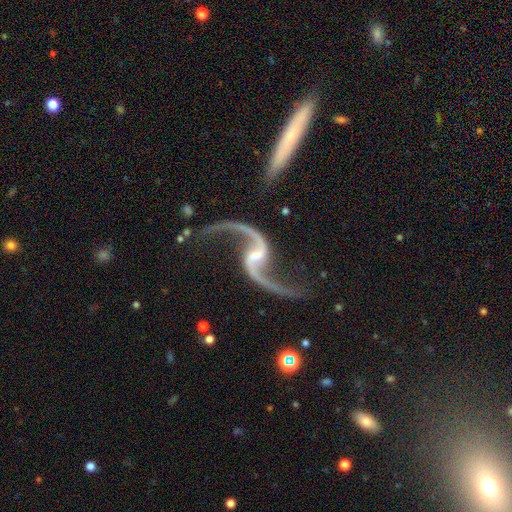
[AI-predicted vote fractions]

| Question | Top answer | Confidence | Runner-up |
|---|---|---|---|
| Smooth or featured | featured or disk | 94% | star or artifact (4%) |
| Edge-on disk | no | 98% | yes (2%) |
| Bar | weak | 46% | no (31%) |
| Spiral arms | yes | 98% | no (2%) |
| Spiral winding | loose | 91% | medium (7%) |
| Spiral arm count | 2 | 95% | 1 (1%) |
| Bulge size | small | 60% | moderate (20%) |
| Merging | none | 72% | minor disturbance (14%) |